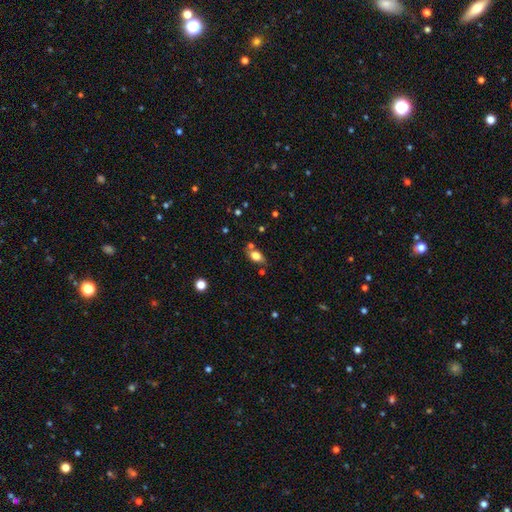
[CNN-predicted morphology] smooth 75%, featured or disk 15%, star or artifact 10%. Down the decision tree: how rounded — in between (82%); merging — none (68%).